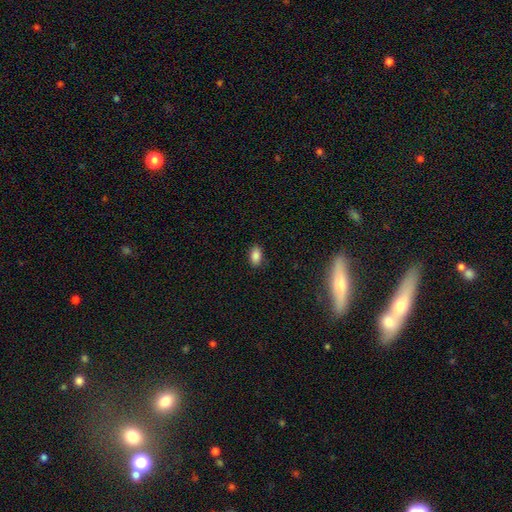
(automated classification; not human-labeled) Smooth or featured?
  - smooth: 86% *
  - star or artifact: 9%
  - featured or disk: 4%
How rounded?
  - in between: 91% *
  - round: 7%
  - cigar-shaped: 2%
Merging?
  - none: 87% *
  - minor disturbance: 10%
  - major disturbance: 2%
  - merger: 1%